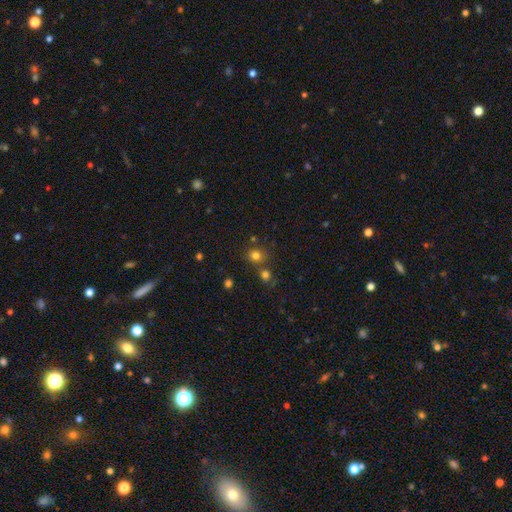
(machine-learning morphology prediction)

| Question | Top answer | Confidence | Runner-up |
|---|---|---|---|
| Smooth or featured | smooth | 76% | star or artifact (17%) |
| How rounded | round | 77% | in between (22%) |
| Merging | none | 67% | merger (19%) |